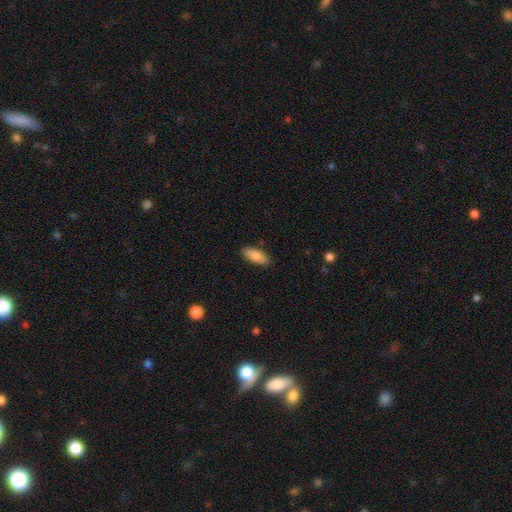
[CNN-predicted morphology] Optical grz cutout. It shows a smooth galaxy with no disk features (86%) that is in between round and cigar-shaped (79%). Merging: none (87%).